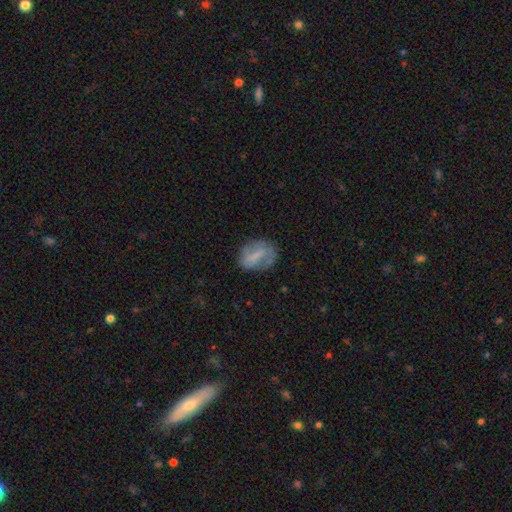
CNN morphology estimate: Smooth or featured?
  - smooth: 49% *
  - featured or disk: 42%
  - star or artifact: 9%
Merging?
  - none: 62% *
  - minor disturbance: 24%
  - major disturbance: 12%
  - merger: 2%